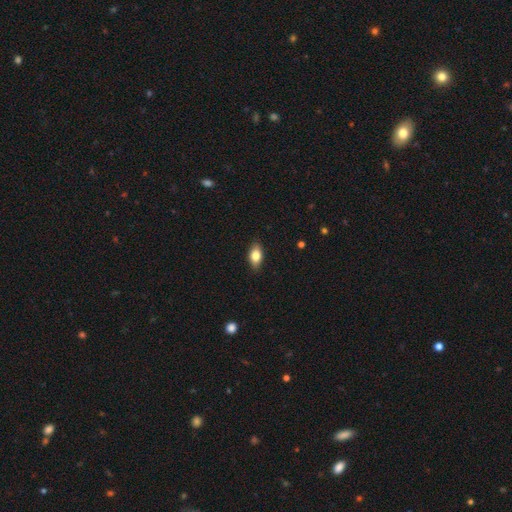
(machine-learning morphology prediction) A smooth galaxy with no disk features (80%) that is in between round and cigar-shaped (87%).

Vote fractions:
- Smooth or featured? smooth: 80% / featured or disk: 13% / star or artifact: 8%
- How rounded? in between: 87% / round: 8% / cigar-shaped: 5%
- Merging? none: 87% / minor disturbance: 10% / major disturbance: 2% / merger: 1%